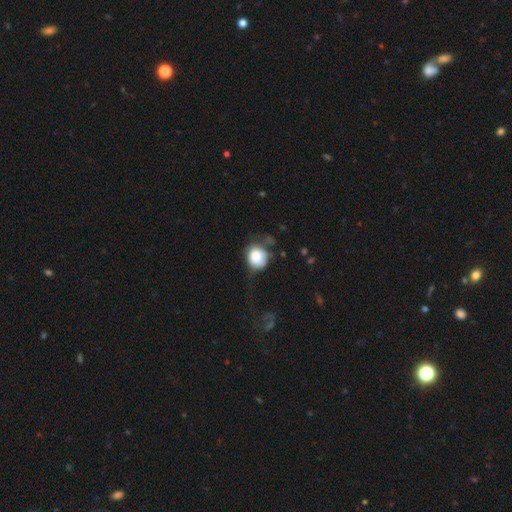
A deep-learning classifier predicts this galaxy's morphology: smooth_or_featured: smooth (p=0.81) [alt: featured or disk p=0.11]
how_rounded: round (p=0.78) [alt: in between p=0.21]
merging: none (p=0.39) [alt: minor disturbance p=0.35]